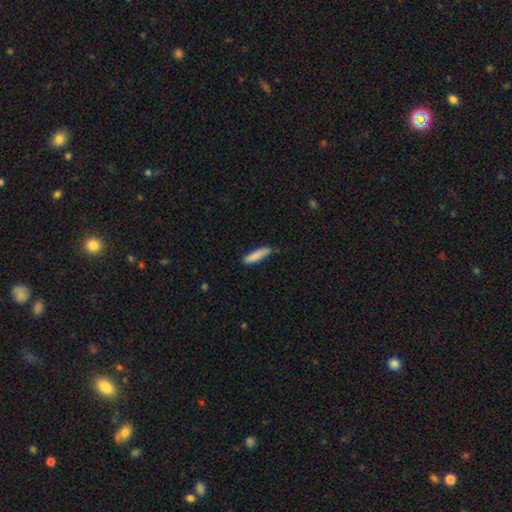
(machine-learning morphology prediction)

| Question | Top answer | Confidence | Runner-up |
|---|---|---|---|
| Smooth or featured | smooth | 85% | featured or disk (9%) |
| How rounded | cigar-shaped | 75% | in between (24%) |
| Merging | none | 77% | minor disturbance (18%) |